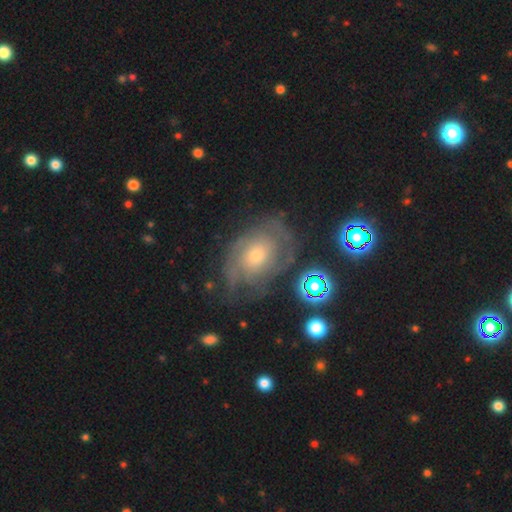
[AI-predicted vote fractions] smooth-or-featured: featured or disk: 70% | smooth: 20% | star or artifact: 10%
  disk-edge-on: no: 96% | yes: 4%
    bar: no: 80% | weak: 17% | strong: 3%
    has-spiral-arms: yes: 83% | no: 17%
      spiral-winding: tight: 56% | medium: 31% | loose: 12%
      spiral-arm-count: can't tell: 54% | 2: 20% | 3: 10% | 4: 6% | 1: 5% | more than 4: 5%
    bulge-size: small: 52% | moderate: 40% | large: 4% | none: 2% | dominant: 1%
  merging: none: 61% | minor disturbance: 22% | major disturbance: 15% | merger: 3%